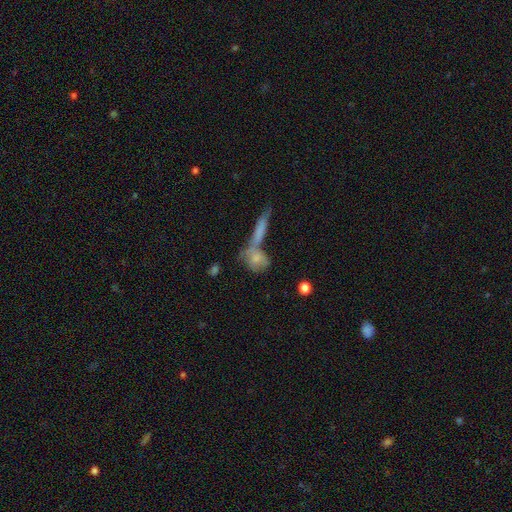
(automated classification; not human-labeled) smooth_or_featured: smooth (p=0.60) [alt: featured or disk p=0.29]
how_rounded: in between (p=0.38) [alt: round p=0.34]
merging: merger (p=0.41) [tied with: none p=0.41]